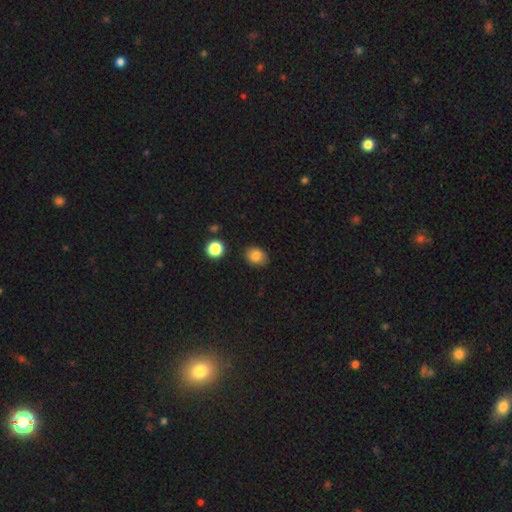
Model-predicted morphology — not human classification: This appears to be a smooth galaxy with no disk features (83%) that is in between round and cigar-shaped (50%). Merging: none (86%).